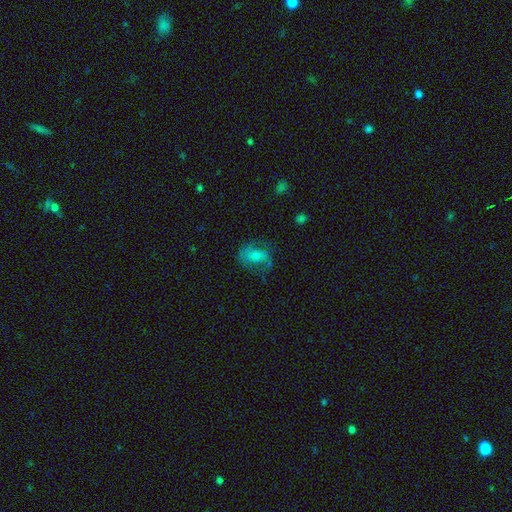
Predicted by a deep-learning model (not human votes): This appears to be a featured or disk galaxy (53%) with no bar (61%), spiral arms (78%) and a small central bulge (51%). Merging: none (57%).